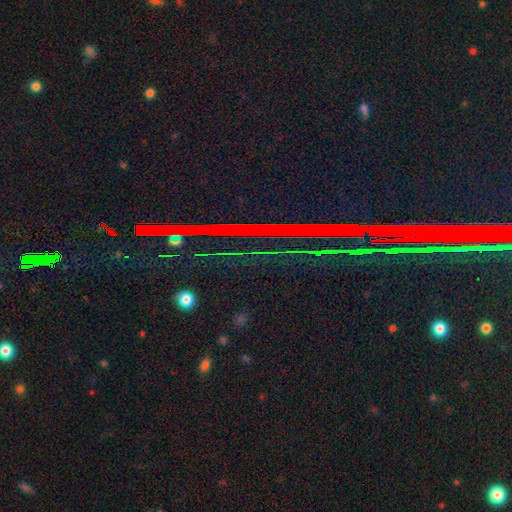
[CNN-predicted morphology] Overall: star or artifact (83%).